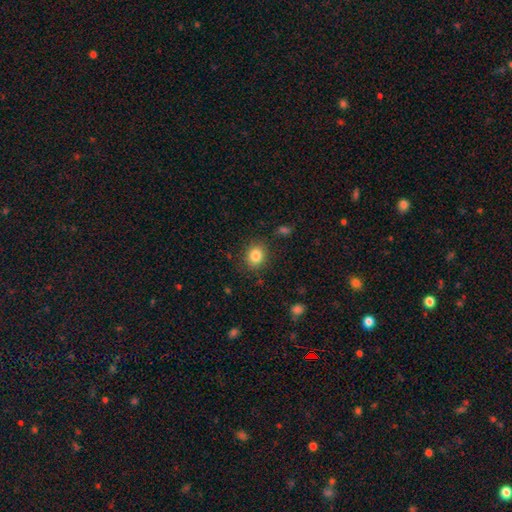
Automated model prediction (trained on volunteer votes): This is clearly a smooth galaxy (84%). How rounded: likely round (71%). Merging: clearly none (86%).